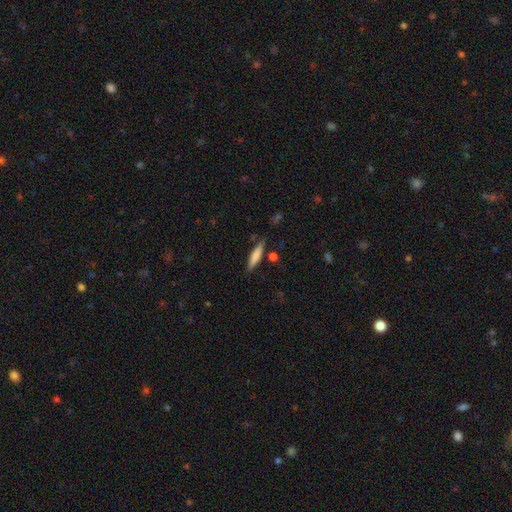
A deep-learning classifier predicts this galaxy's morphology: Q: Smooth or featured?
A: smooth (73%); runner-up: featured or disk (21%)
Q: How rounded?
A: cigar-shaped (85%); runner-up: in between (13%)
Q: Merging?
A: none (82%); runner-up: minor disturbance (12%)